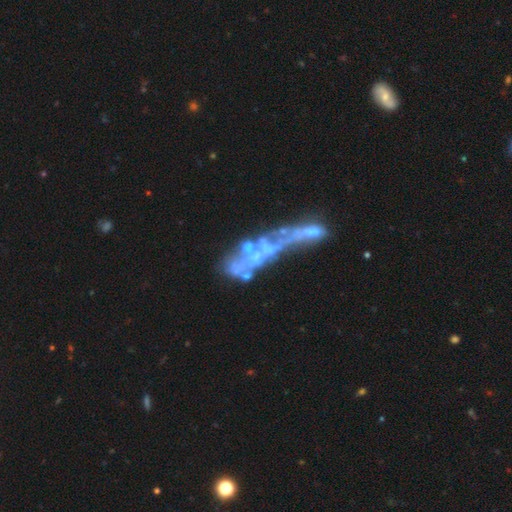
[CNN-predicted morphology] Smooth or featured? featured or disk (70%)
Edge-on disk? no (85%)
Bar? no (87%)
Spiral arms? no (88%)
Bulge size? none (62%)
Merging? merger (40%)